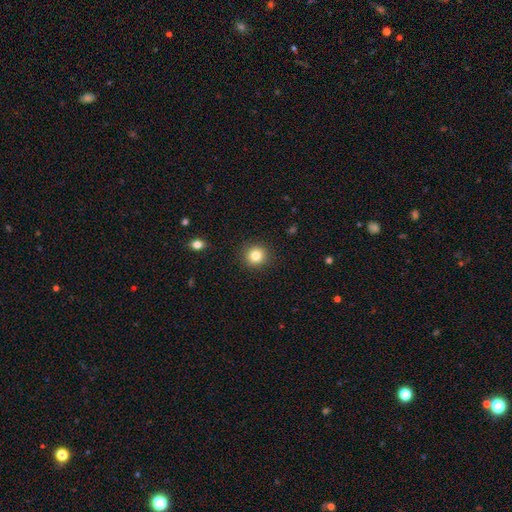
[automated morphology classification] smooth_or_featured: smooth (p=0.83) [alt: star or artifact p=0.11]
how_rounded: round (p=0.92) [alt: in between p=0.07]
merging: none (p=0.91) [alt: minor disturbance p=0.06]